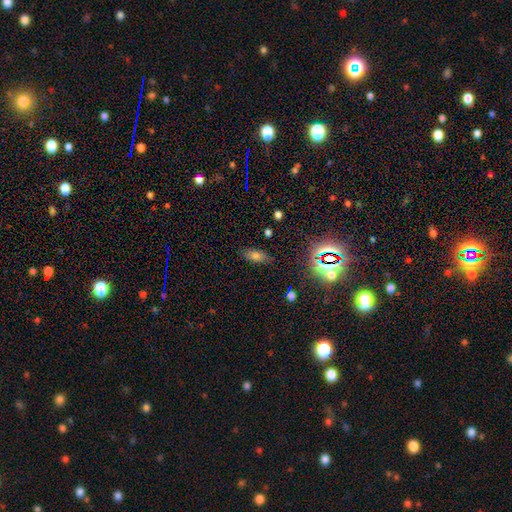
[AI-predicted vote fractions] Overall: smooth (65%). How rounded: in between (82%). Merging: none (81%).